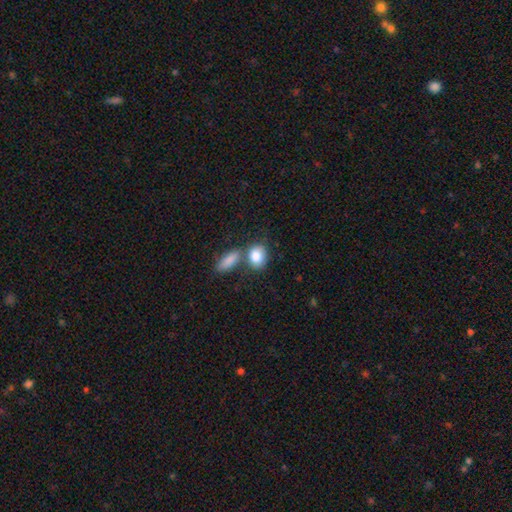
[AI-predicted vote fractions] A smooth galaxy with no disk features (85%) that is in between round and cigar-shaped (60%). Merging: none (53%).